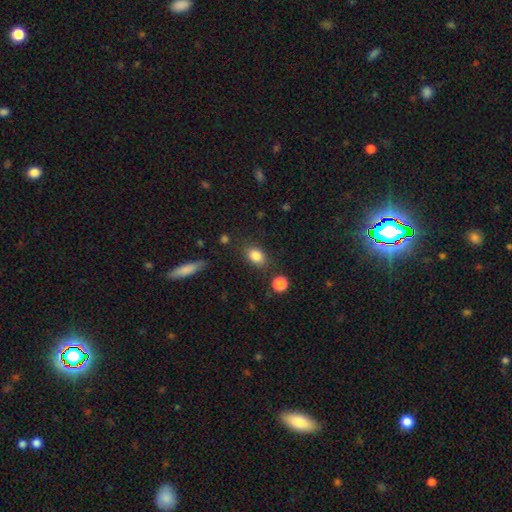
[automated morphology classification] smooth_or_featured: smooth (p=0.83) [alt: star or artifact p=0.09]
how_rounded: in between (p=0.76) [alt: round p=0.22]
merging: none (p=0.80) [alt: minor disturbance p=0.13]